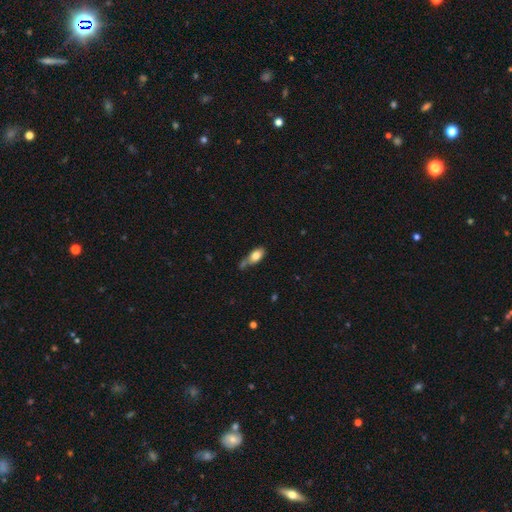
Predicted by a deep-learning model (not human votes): The model was most divided on "merging": none: 42%, minor disturbance: 27%, merger: 22%, major disturbance: 9%. More confident: how rounded — in between (86%); smooth or featured — smooth (78%).